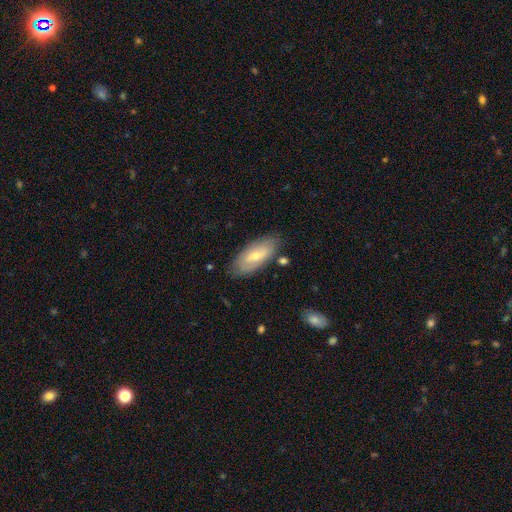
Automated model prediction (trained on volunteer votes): Smooth or featured?
  - smooth: 50% *
  - featured or disk: 43%
  - star or artifact: 7%
Merging?
  - none: 81% *
  - minor disturbance: 14%
  - major disturbance: 3%
  - merger: 2%